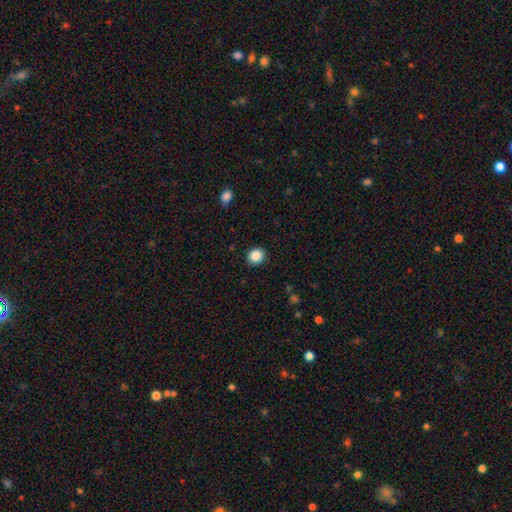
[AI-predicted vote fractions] Smooth or featured? Predicted: smooth (p=0.88). How rounded? Predicted: round (p=0.87). Merging? Predicted: none (p=0.91).